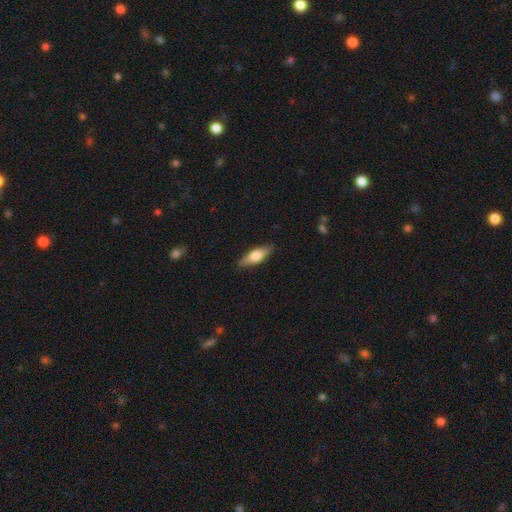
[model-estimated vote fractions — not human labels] This is likely a smooth galaxy (65%). How rounded: possibly in between (58%). Merging: clearly none (87%).